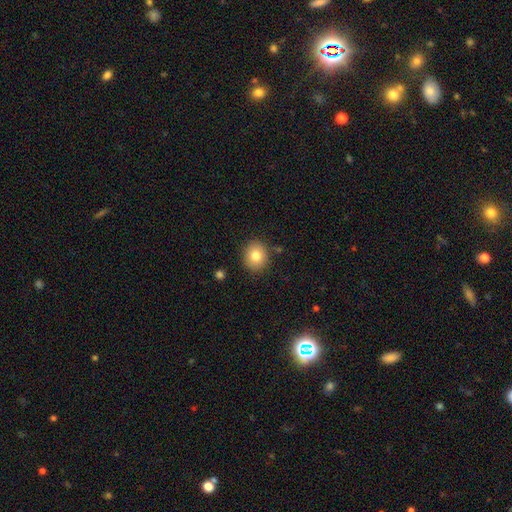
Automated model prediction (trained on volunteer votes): smooth 80%, featured or disk 10%, star or artifact 10%. Down the decision tree: how rounded — round (75%); merging — none (86%).